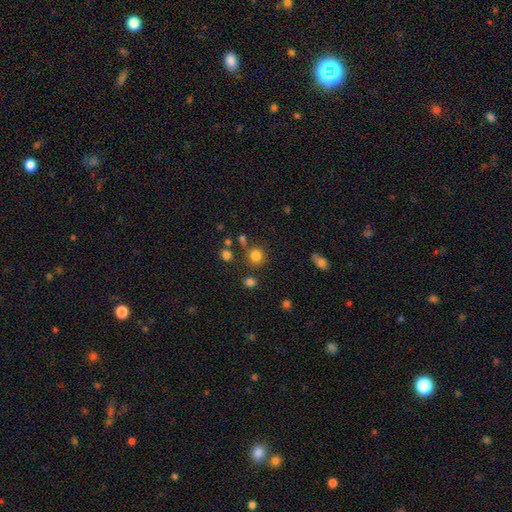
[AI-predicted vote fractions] Smooth or featured? Predicted: smooth (p=0.81). How rounded? Predicted: round (p=0.89). Merging? Predicted: none (p=0.79).